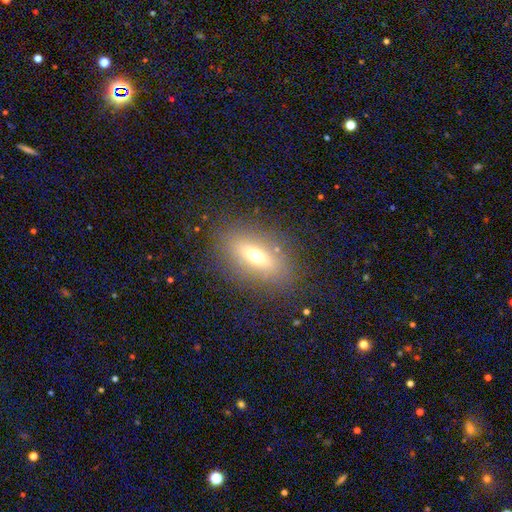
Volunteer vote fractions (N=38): Smooth or featured?
  - smooth: 53% *
  - featured or disk: 42%
  - star or artifact: 5%
How rounded?
  - in between: 80% *
  - cigar-shaped: 20%
  - round: 0%
Merging?
  - none: 92% *
  - minor disturbance: 6%
  - merger: 3%
  - major disturbance: 0%